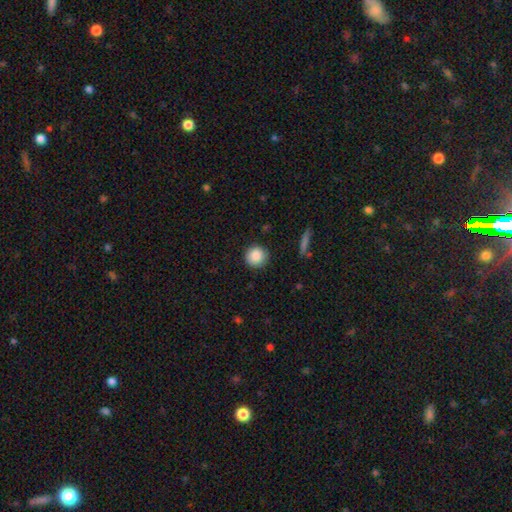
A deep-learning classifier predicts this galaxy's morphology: type=smooth (88%); roundness=round (93%); merging=none (89%).